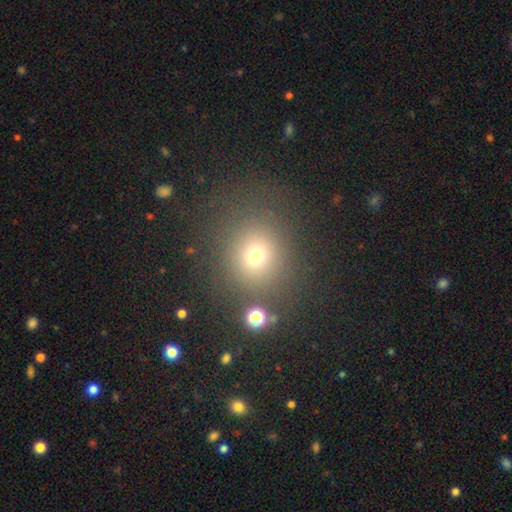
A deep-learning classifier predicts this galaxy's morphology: smooth 69%, star or artifact 21%, featured or disk 10%. Down the decision tree: how rounded — round (81%); merging — none (78%).